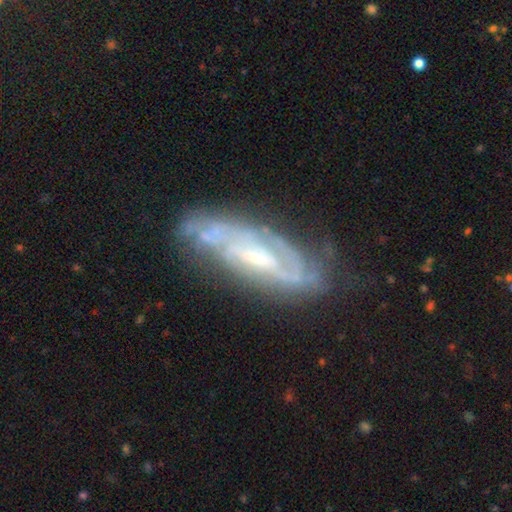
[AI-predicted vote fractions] smooth_or_featured: featured or disk (p=0.82) [alt: smooth p=0.11]
disk_edge_on: no (p=0.83) [alt: yes p=0.17]
bar: weak (p=0.43) [alt: no p=0.39]
has_spiral_arms: yes (p=0.90) [alt: no p=0.10]
spiral_winding: tight (p=0.58) [alt: medium p=0.33]
spiral_arm_count: can't tell (p=0.43) [alt: 2 p=0.29]
bulge_size: small (p=0.54) [alt: moderate p=0.36]
merging: none (p=0.66) [alt: minor disturbance p=0.22]